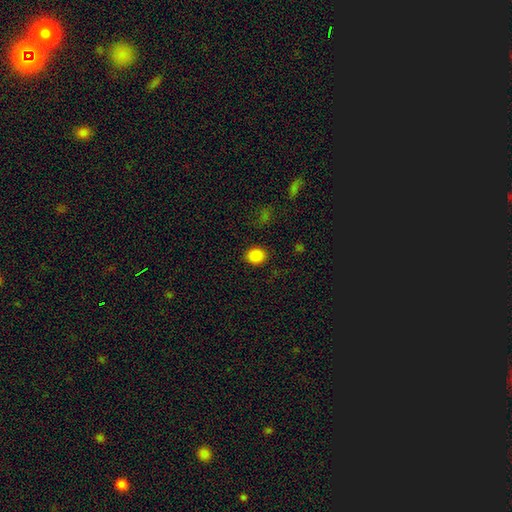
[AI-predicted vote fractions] Smooth or featured?
  - smooth: 87% *
  - star or artifact: 10%
  - featured or disk: 3%
How rounded?
  - round: 65% *
  - in between: 35%
  - cigar-shaped: 1%
Merging?
  - none: 88% *
  - minor disturbance: 8%
  - major disturbance: 3%
  - merger: 1%